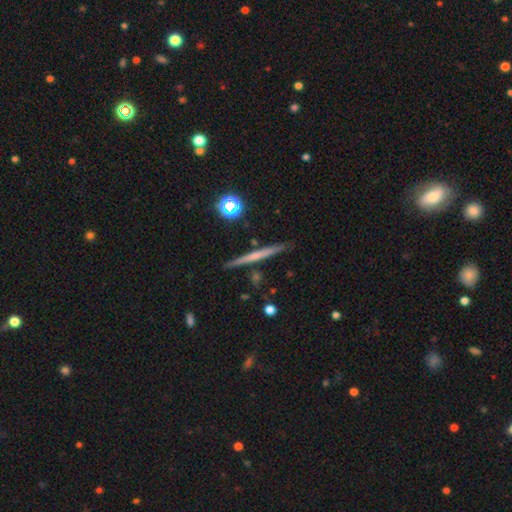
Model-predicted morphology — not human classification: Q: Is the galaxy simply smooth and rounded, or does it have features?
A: featured or disk — 57%.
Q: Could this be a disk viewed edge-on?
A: yes — 97%.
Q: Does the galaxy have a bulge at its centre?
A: none — 72%.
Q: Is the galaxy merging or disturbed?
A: none — 89%.